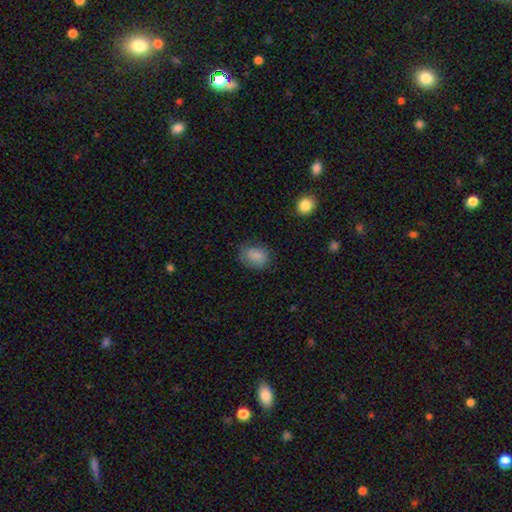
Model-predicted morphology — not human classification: This appears to be a smooth galaxy with no disk features (83%) that is in between round and cigar-shaped (60%). Merging: none (67%).